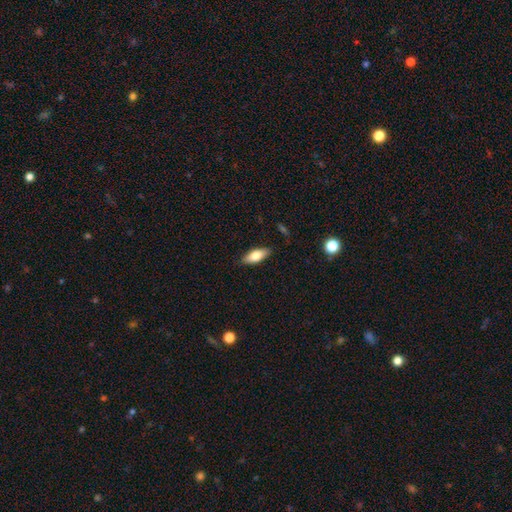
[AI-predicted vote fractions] A smooth galaxy with no disk features (75%) that is in between round and cigar-shaped (77%). Merging: none (86%).